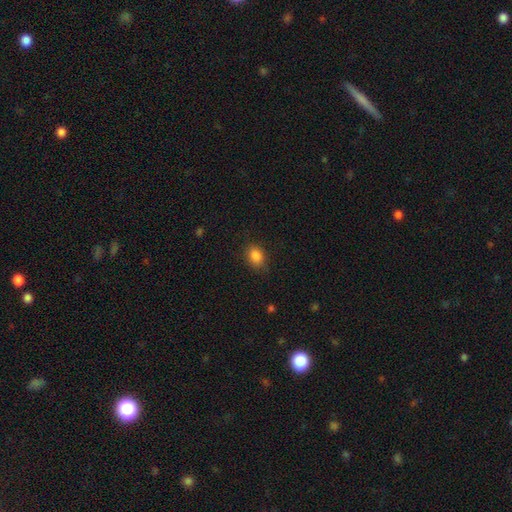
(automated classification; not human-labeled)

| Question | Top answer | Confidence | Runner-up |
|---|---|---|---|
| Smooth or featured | smooth | 86% | star or artifact (10%) |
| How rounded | in between | 67% | round (32%) |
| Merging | none | 83% | minor disturbance (13%) |